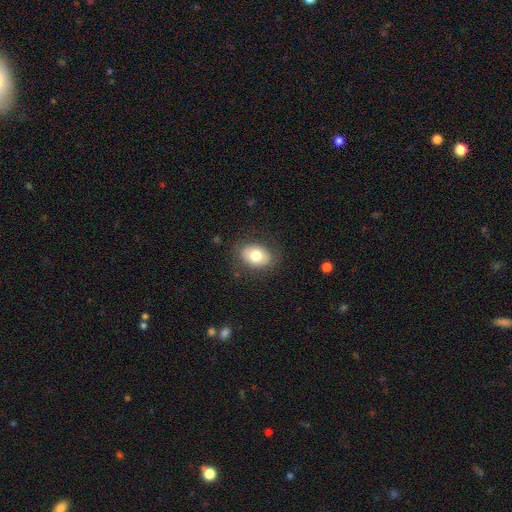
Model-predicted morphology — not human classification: Smooth or featured? smooth (76%)
How rounded? in between (74%)
Merging? none (82%)